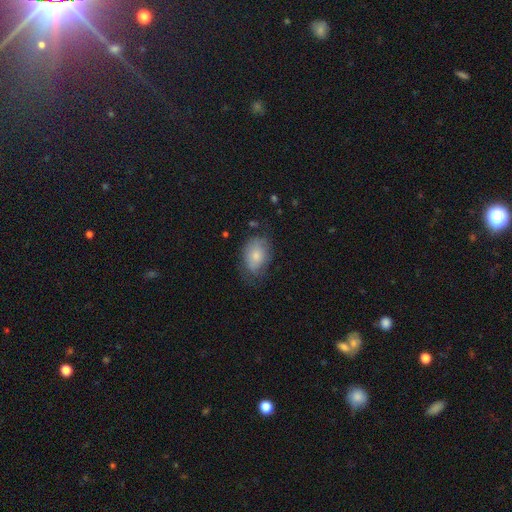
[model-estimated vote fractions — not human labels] Overall: smooth (74%). How rounded: in between (81%). Merging: none (55%; minor disturbance 31%).